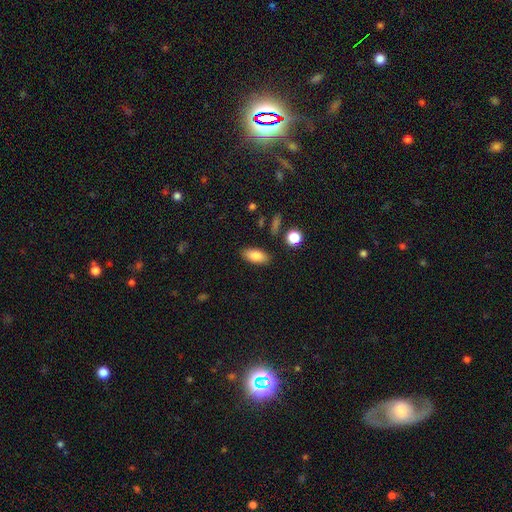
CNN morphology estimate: A smooth galaxy with no disk features (85%) that is in between round and cigar-shaped (88%). Merging: none (86%).